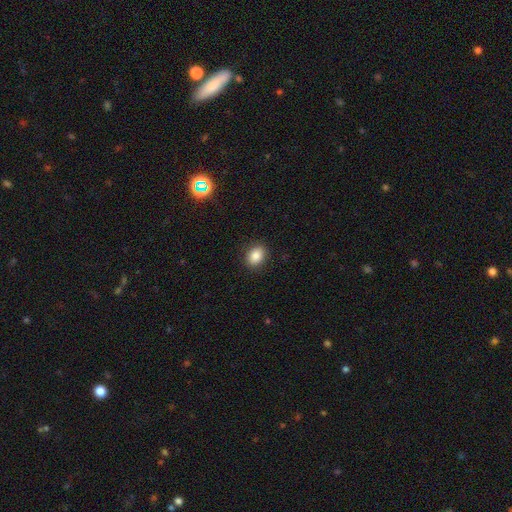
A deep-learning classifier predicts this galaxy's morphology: Smooth or featured: smooth — 85% (star or artifact — 9%)
How rounded: in between — 61% (round — 38%)
Merging: none — 89% (minor disturbance — 7%)